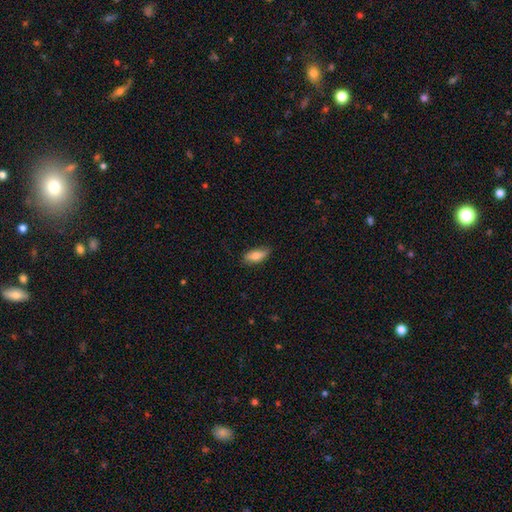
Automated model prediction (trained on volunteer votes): Smooth or featured? Predicted: smooth (p=0.75). How rounded? Predicted: in between (p=0.78). Merging? Predicted: none (p=0.76).